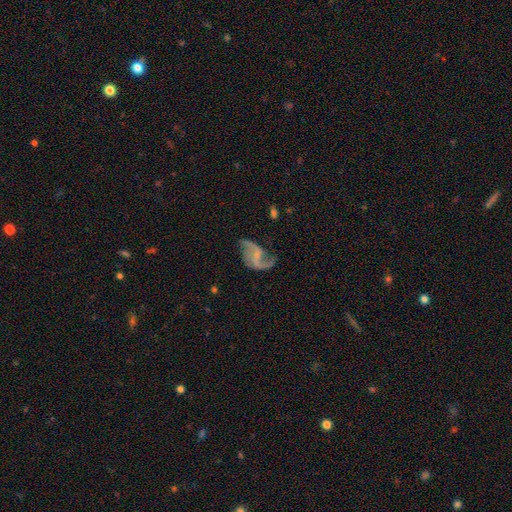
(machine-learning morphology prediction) Q: Smooth or featured?
A: featured or disk (85%); runner-up: smooth (9%)
Q: Edge-on disk?
A: no (98%); runner-up: yes (2%)
Q: Bar?
A: no (45%); runner-up: weak (41%)
Q: Spiral arms?
A: yes (93%); runner-up: no (7%)
Q: Spiral winding?
A: loose (75%); runner-up: medium (21%)
Q: Spiral arm count?
A: 2 (87%); runner-up: 1 (6%)
Q: Bulge size?
A: small (54%); runner-up: none (33%)
Q: Merging?
A: none (56%); runner-up: minor disturbance (21%)